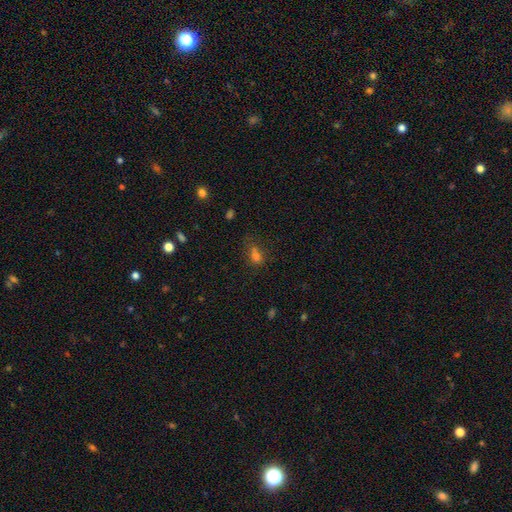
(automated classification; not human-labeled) Morphology: type=smooth (68%); roundness=in between (68%); merging=none (50%).